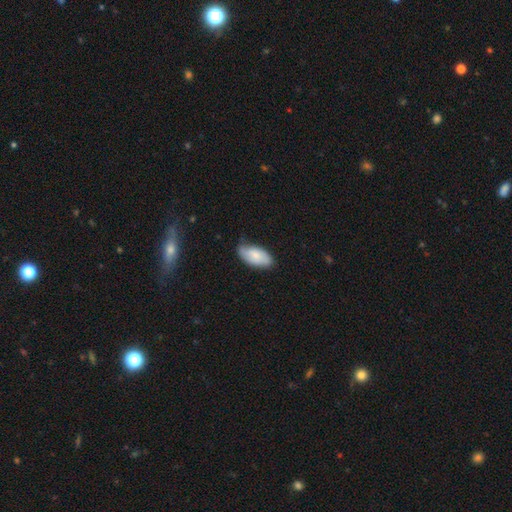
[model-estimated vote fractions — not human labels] smooth 77%, featured or disk 17%, star or artifact 6%. Down the decision tree: how rounded — in between (94%); merging — none (62%).